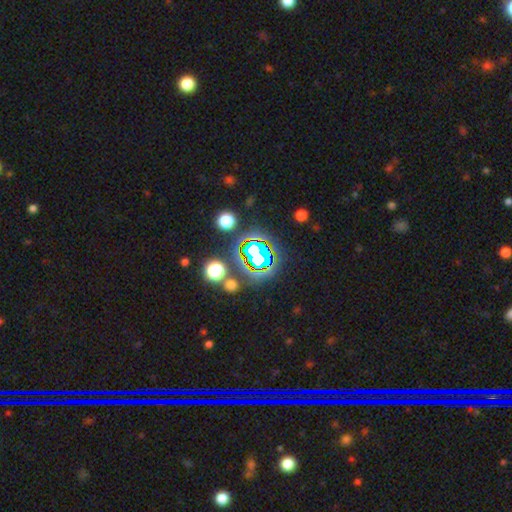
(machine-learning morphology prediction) A star or artifact, not a galaxy (66%).

Vote fractions:
- Smooth or featured? star or artifact: 66% / smooth: 20% / featured or disk: 14%